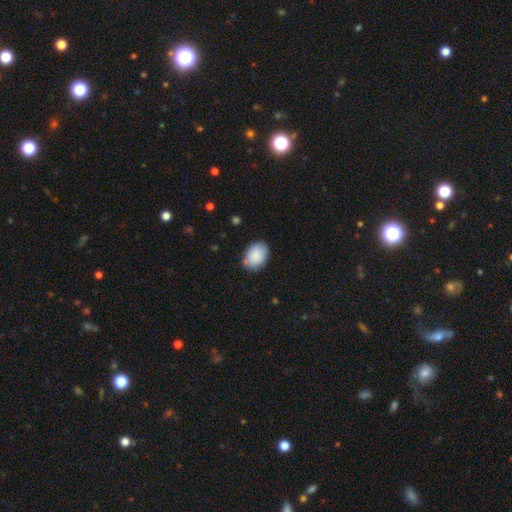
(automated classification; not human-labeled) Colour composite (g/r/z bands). It shows a smooth galaxy with no disk features (86%) that is in between round and cigar-shaped (81%). Merging: none (78%).